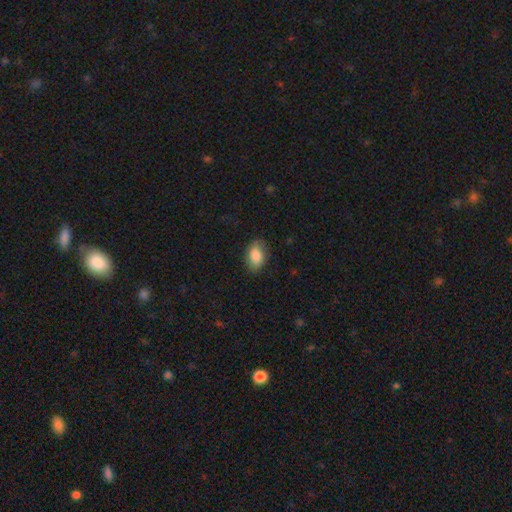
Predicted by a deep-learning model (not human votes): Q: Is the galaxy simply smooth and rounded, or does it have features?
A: smooth — 84%.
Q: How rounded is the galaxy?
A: in between — 88%.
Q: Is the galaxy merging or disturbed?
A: none — 78%.